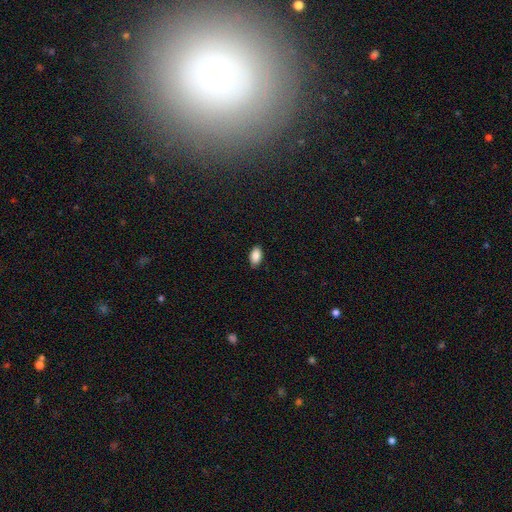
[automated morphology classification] Smooth or featured? smooth (88%)
How rounded? in between (93%)
Merging? none (86%)